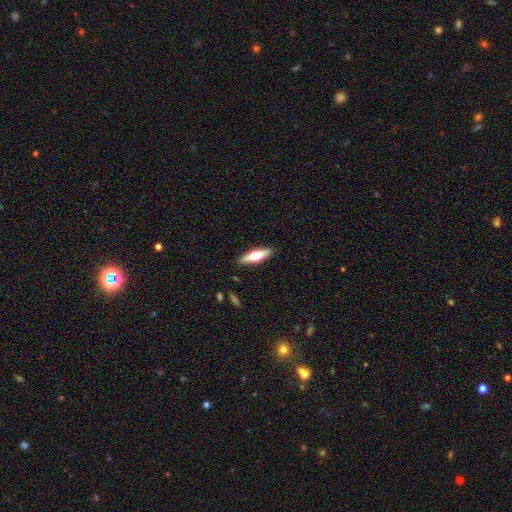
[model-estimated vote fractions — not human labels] Morphology: type=smooth (49%); merging=none (90%).